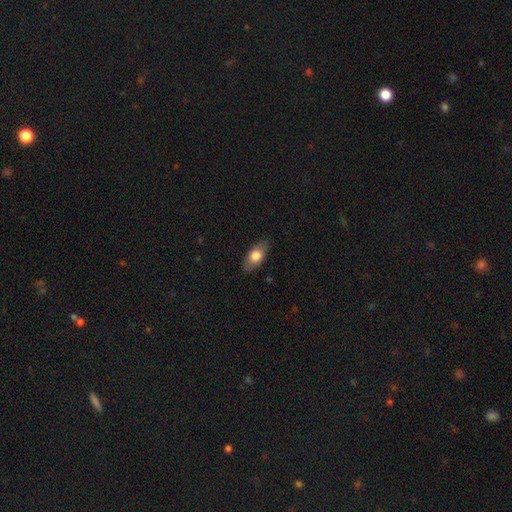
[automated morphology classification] Smooth or featured?
  - smooth: 71% *
  - featured or disk: 22%
  - star or artifact: 6%
How rounded?
  - in between: 85% *
  - cigar-shaped: 9%
  - round: 6%
Merging?
  - none: 84% *
  - minor disturbance: 12%
  - major disturbance: 3%
  - merger: 1%